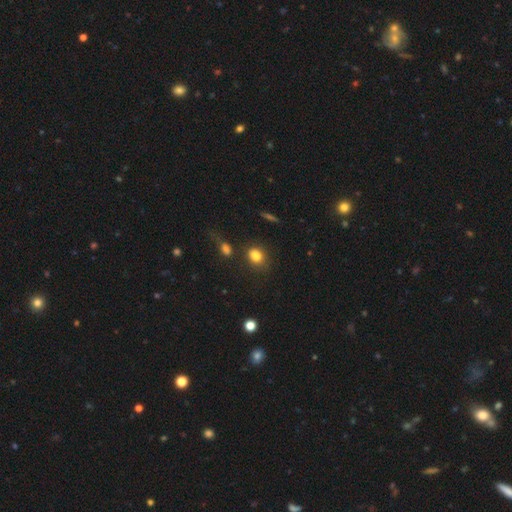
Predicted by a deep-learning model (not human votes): Q: Smooth or featured?
A: smooth (82%); runner-up: star or artifact (11%)
Q: How rounded?
A: in between (57%); runner-up: round (41%)
Q: Merging?
A: none (64%); runner-up: minor disturbance (15%)